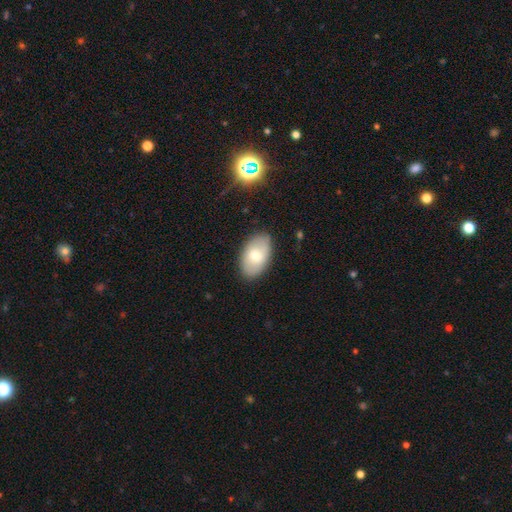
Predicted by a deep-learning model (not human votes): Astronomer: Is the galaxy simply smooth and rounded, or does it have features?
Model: smooth — 70%.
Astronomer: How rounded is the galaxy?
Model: in between — 93%.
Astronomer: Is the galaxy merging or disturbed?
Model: none — 84%.